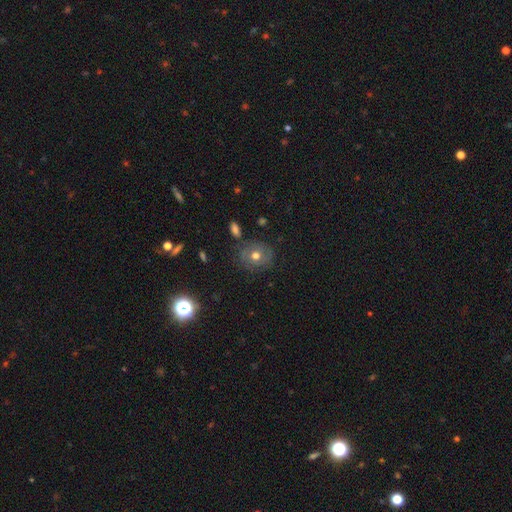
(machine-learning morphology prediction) A smooth galaxy with no disk features (58%) that is round (73%). Merging: none (76%).